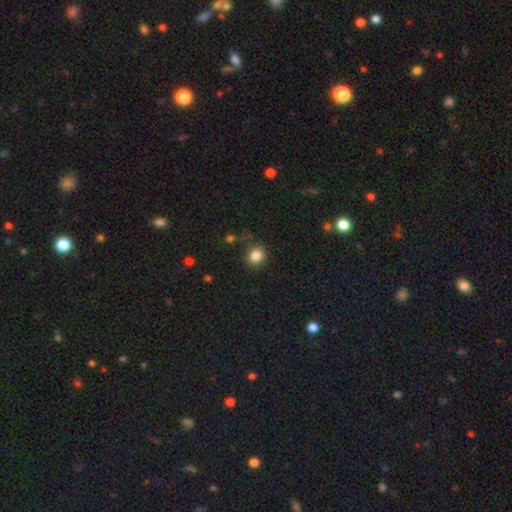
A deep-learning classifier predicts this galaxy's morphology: Overall: smooth (83%). How rounded: round (76%). Merging: none (77%).